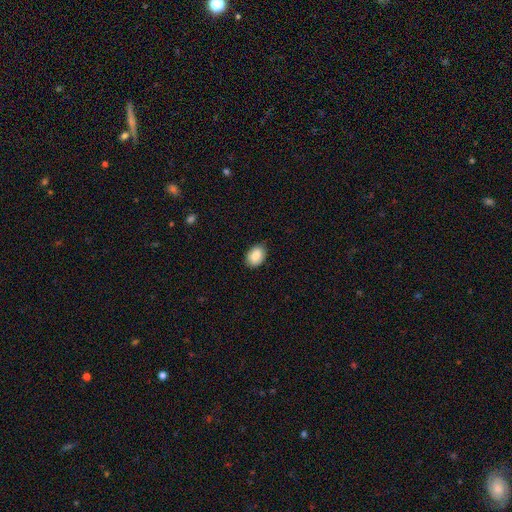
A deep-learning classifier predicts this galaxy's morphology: Smooth or featured? smooth (85%)
How rounded? in between (80%)
Merging? none (81%)